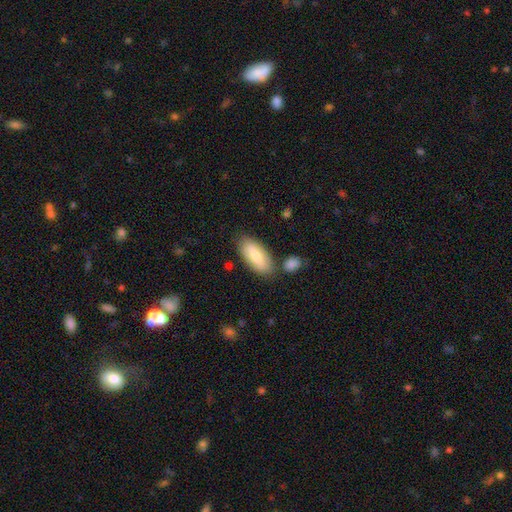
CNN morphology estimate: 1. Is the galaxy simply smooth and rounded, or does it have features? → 76% smooth, 18% featured or disk, 6% star or artifact.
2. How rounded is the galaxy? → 84% in between, 14% cigar-shaped, 2% round.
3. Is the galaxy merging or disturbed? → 76% none, 13% minor disturbance, 7% merger, 3% major disturbance.